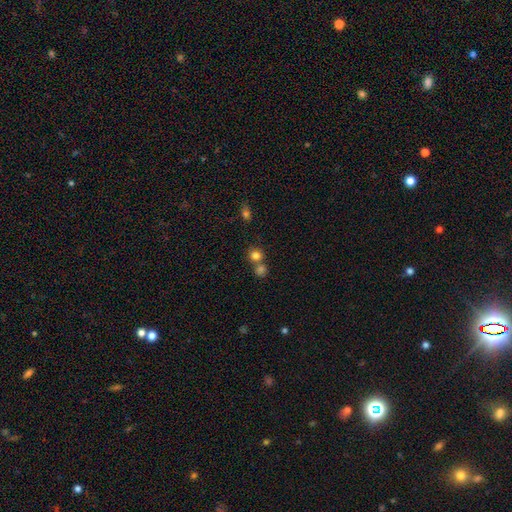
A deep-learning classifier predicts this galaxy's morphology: Smooth or featured? smooth (79%)
How rounded? round (87%)
Merging? none (56%)